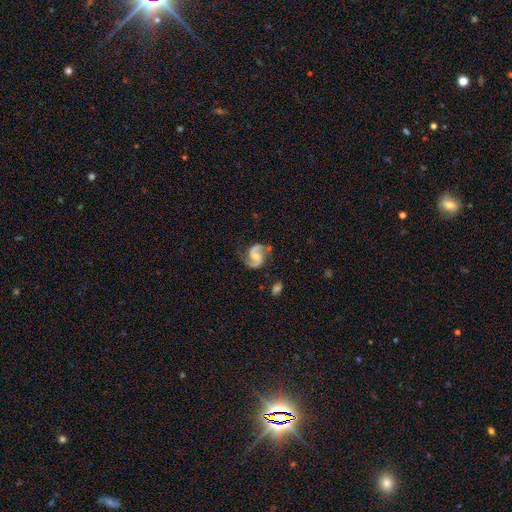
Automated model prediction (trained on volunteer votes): smooth_or_featured: featured or disk (p=0.90) [alt: star or artifact p=0.05]
disk_edge_on: no (p=0.98) [alt: yes p=0.02]
bar: weak (p=0.43) [tied with: no p=0.43]
has_spiral_arms: yes (p=0.98) [alt: no p=0.02]
spiral_winding: medium (p=0.58) [alt: loose p=0.27]
spiral_arm_count: 2 (p=0.94) [alt: can't tell p=0.02]
bulge_size: small (p=0.45) [alt: moderate p=0.34]
merging: none (p=0.75) [alt: minor disturbance p=0.16]